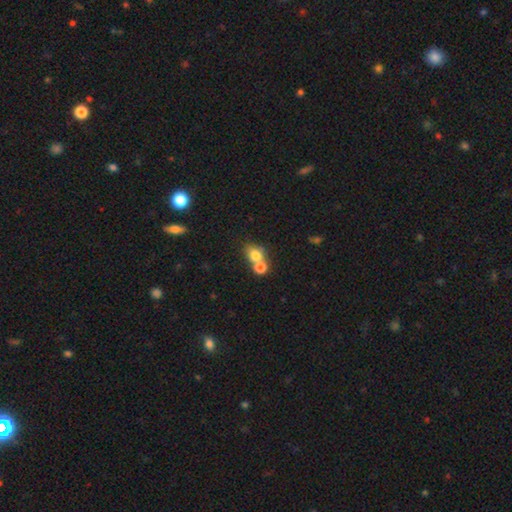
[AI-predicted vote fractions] smooth-or-featured: smooth: 77% | star or artifact: 12% | featured or disk: 11%
  how-rounded: round: 64% | in between: 35% | cigar-shaped: 1%
  merging: merger: 48% | none: 40% | minor disturbance: 8% | major disturbance: 4%